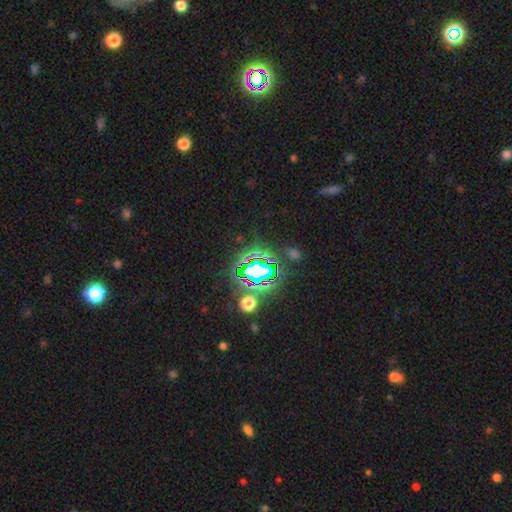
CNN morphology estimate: A star or artifact, not a galaxy (78%).